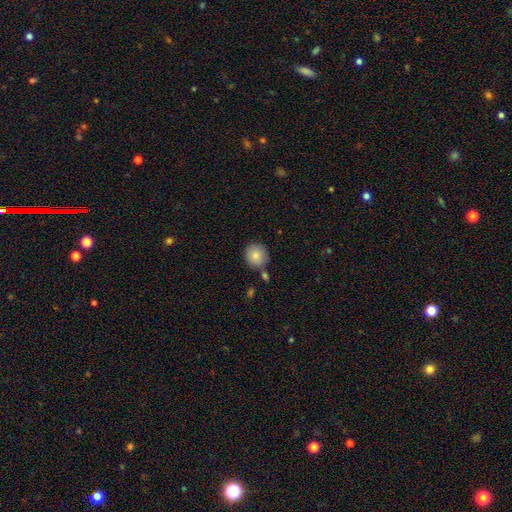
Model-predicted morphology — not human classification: Smooth or featured: smooth — 83% (featured or disk — 9%)
How rounded: round — 90% (in between — 9%)
Merging: none — 77% (minor disturbance — 11%)